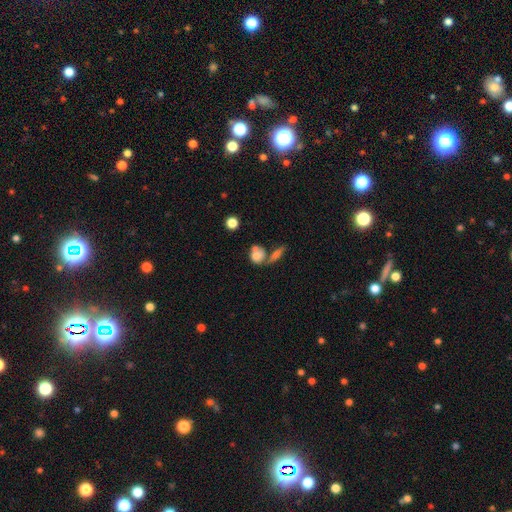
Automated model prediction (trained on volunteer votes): smooth-or-featured: smooth: 69% | featured or disk: 20% | star or artifact: 11%
  how-rounded: round: 61% | in between: 34% | cigar-shaped: 5%
  merging: merger: 42% | none: 37% | minor disturbance: 12% | major disturbance: 9%